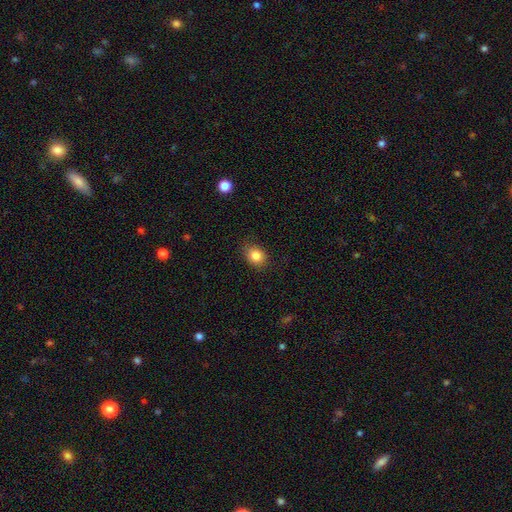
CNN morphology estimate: Smooth or featured?
  - smooth: 84% *
  - star or artifact: 10%
  - featured or disk: 6%
How rounded?
  - round: 56% *
  - in between: 43%
  - cigar-shaped: 1%
Merging?
  - none: 81% *
  - minor disturbance: 15%
  - major disturbance: 3%
  - merger: 1%